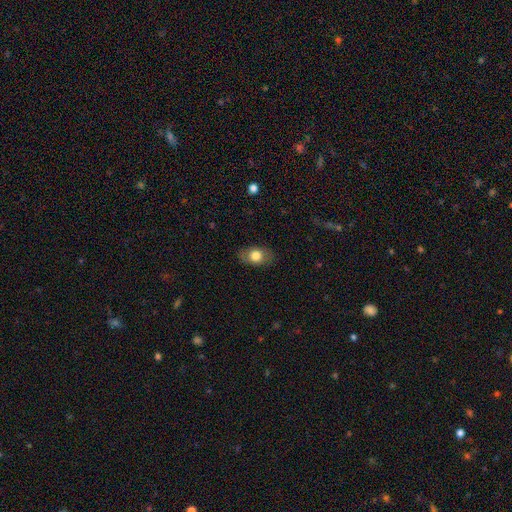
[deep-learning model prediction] A smooth galaxy with no disk features (75%) that is in between round and cigar-shaped (80%).

Vote fractions:
- Smooth or featured? smooth: 75% / featured or disk: 17% / star or artifact: 7%
- How rounded? in between: 80% / round: 18% / cigar-shaped: 2%
- Merging? none: 83% / minor disturbance: 12% / major disturbance: 4% / merger: 1%